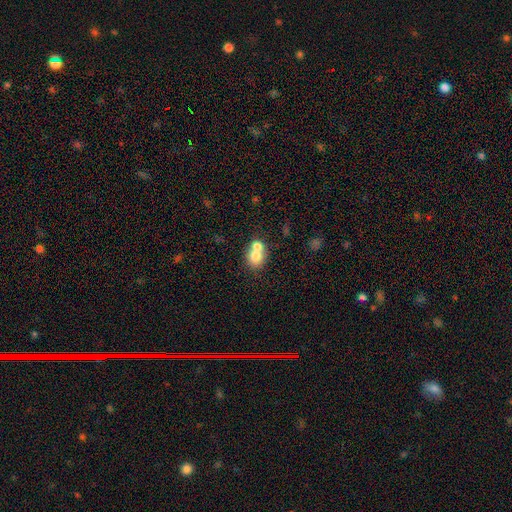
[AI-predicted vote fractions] smooth_or_featured: smooth (p=0.73) [alt: featured or disk p=0.17]
how_rounded: round (p=0.63) [alt: in between p=0.36]
merging: merger (p=0.63) [alt: none p=0.28]